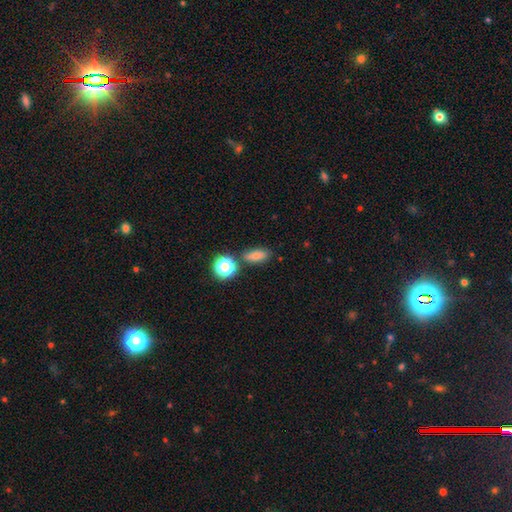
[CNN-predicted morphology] The model was most divided on "how rounded": in between: 72%, round: 17%, cigar-shaped: 11%. More confident: smooth or featured — smooth (76%); merging — none (75%).